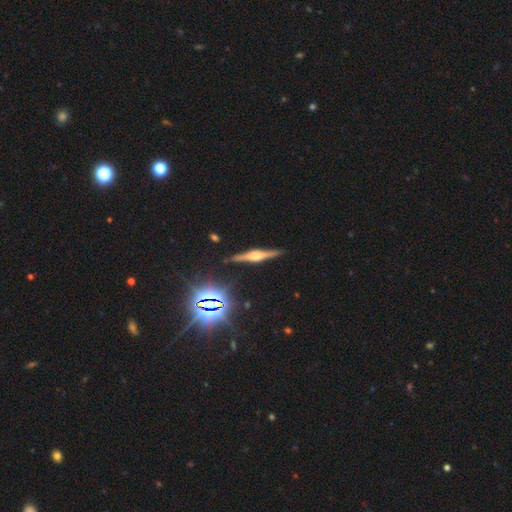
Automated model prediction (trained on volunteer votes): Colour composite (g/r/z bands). It shows a featured or disk galaxy (75%) viewed edge-on (97%) with a rounded central bulge (87%). Merging: none (89%).